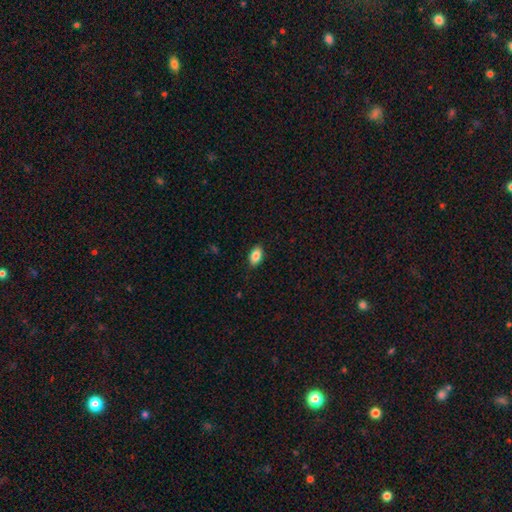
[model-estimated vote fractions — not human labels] A smooth galaxy with no disk features (86%) that is in between round and cigar-shaped (91%). Merging: none (88%).